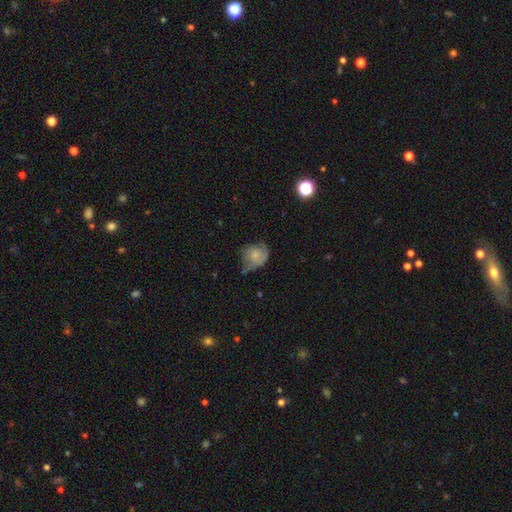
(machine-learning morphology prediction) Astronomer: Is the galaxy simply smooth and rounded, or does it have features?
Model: smooth — 57% (runner-up: featured or disk, 34%).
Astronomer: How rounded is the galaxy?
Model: round — 65%.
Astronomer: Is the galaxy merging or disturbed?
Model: none — 40% (runner-up: minor disturbance, 37%).